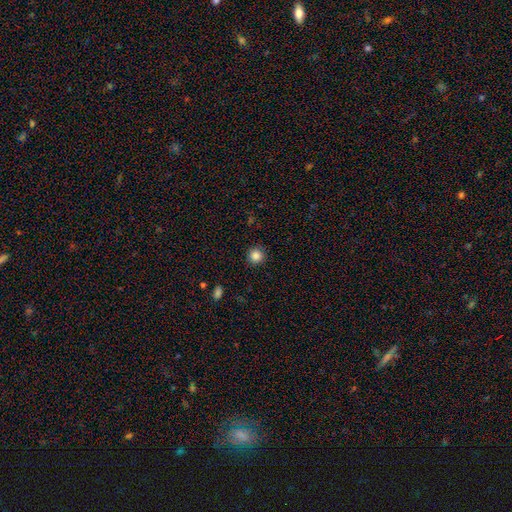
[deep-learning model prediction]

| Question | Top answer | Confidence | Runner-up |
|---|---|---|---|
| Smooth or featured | smooth | 85% | star or artifact (11%) |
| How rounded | round | 95% | in between (4%) |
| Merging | none | 91% | minor disturbance (6%) |